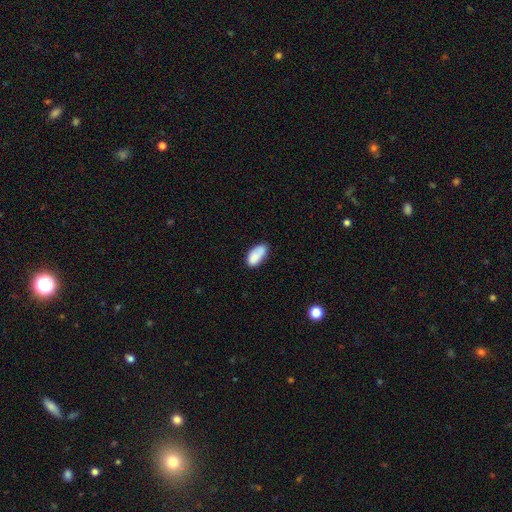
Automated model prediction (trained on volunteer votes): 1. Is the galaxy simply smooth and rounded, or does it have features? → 84% smooth, 9% featured or disk, 7% star or artifact.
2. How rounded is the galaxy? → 92% in between, 5% cigar-shaped, 3% round.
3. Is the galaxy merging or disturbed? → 62% none, 24% minor disturbance, 7% merger, 6% major disturbance.